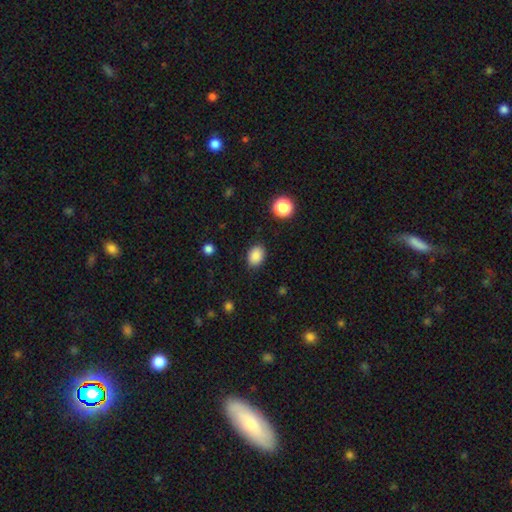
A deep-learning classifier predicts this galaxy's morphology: This is clearly a smooth galaxy (87%). How rounded: likely in between (67%). Merging: clearly none (86%).